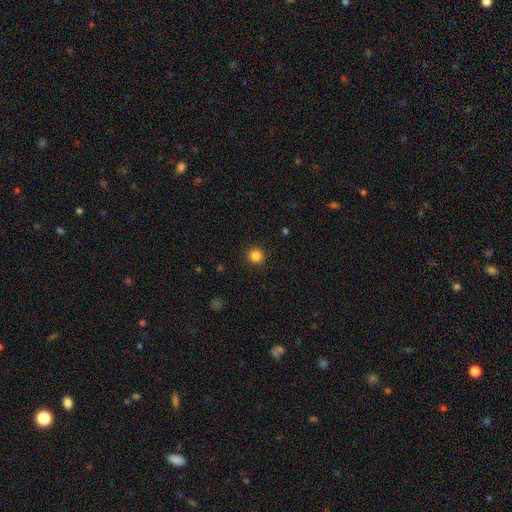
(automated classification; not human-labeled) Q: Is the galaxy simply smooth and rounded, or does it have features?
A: smooth — 84%.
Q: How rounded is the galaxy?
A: round — 95%.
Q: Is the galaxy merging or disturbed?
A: none — 92%.